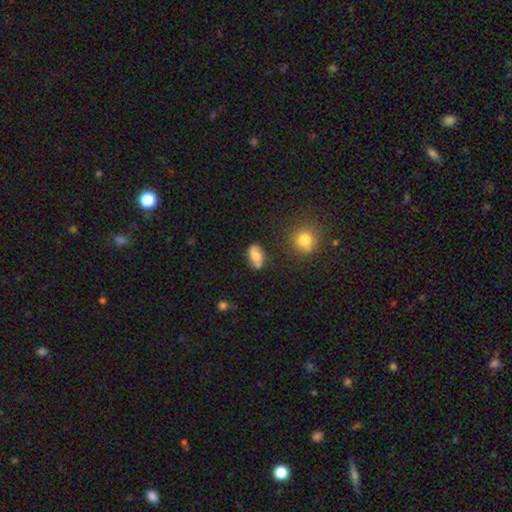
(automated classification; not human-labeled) smooth_or_featured: smooth (p=0.65) [alt: featured or disk p=0.25]
how_rounded: in between (p=0.82) [alt: round p=0.11]
merging: none (p=0.57) [alt: minor disturbance p=0.20]